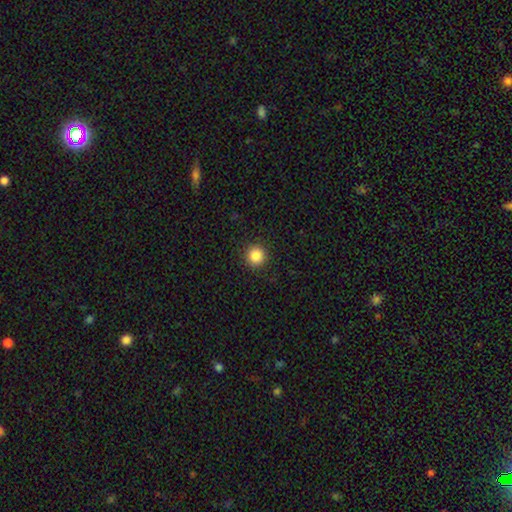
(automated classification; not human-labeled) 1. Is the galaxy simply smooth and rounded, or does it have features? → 85% smooth, 11% star or artifact, 4% featured or disk.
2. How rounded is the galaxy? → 95% round, 4% in between, 1% cigar-shaped.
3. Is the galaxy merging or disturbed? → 93% none, 5% minor disturbance, 2% major disturbance, 1% merger.